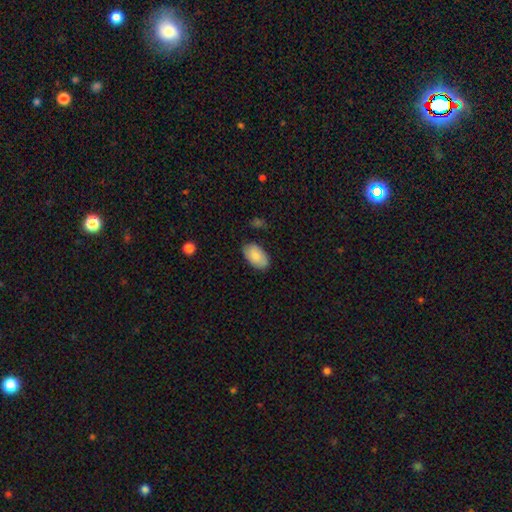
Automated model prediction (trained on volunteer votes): smooth-or-featured: smooth: 86% | featured or disk: 8% | star or artifact: 6%
  how-rounded: in between: 95% | round: 4% | cigar-shaped: 1%
  merging: none: 82% | minor disturbance: 14% | major disturbance: 3% | merger: 1%